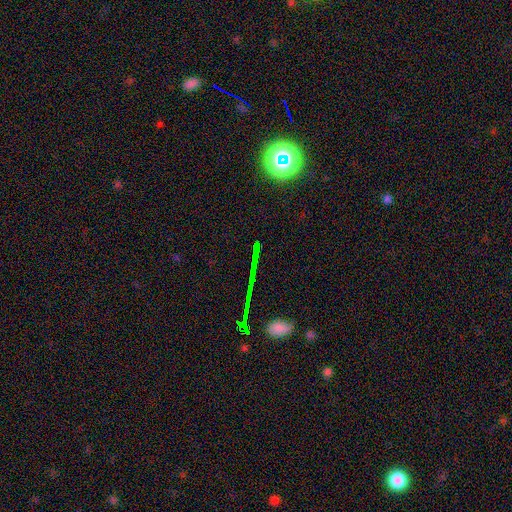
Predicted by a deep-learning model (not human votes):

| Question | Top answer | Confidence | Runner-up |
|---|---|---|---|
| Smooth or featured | star or artifact | 73% | featured or disk (13%) |